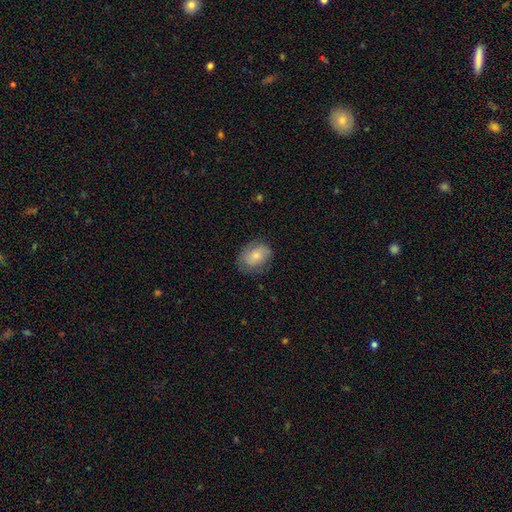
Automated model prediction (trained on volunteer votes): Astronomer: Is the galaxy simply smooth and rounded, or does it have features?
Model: smooth — 71%.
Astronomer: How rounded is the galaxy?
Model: in between — 63%.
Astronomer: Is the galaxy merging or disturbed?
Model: none — 71%.